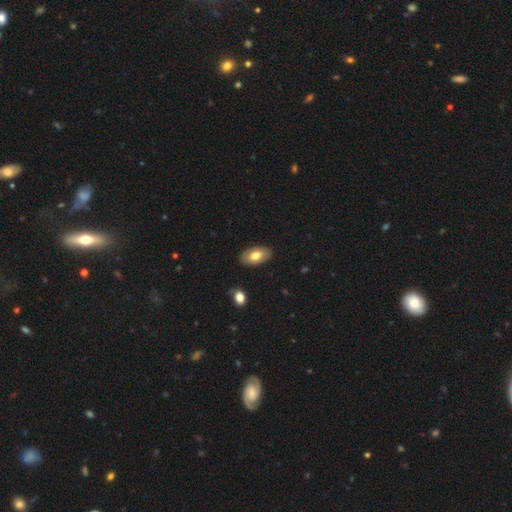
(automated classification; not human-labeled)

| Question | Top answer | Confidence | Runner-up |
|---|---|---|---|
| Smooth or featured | smooth | 73% | featured or disk (21%) |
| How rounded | in between | 94% | round (4%) |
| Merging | none | 87% | minor disturbance (10%) |